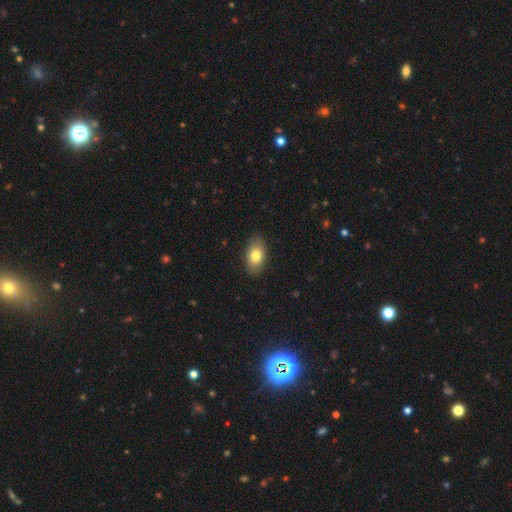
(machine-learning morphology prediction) A smooth galaxy with no disk features (79%) that is in between round and cigar-shaped (91%). Merging: none (87%).